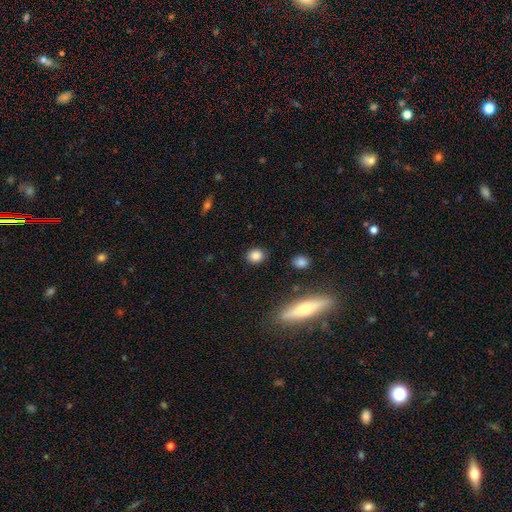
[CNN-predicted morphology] The model was most divided on "how rounded": round: 72%, in between: 25%, cigar-shaped: 2%. More confident: merging — none (88%); smooth or featured — smooth (85%).